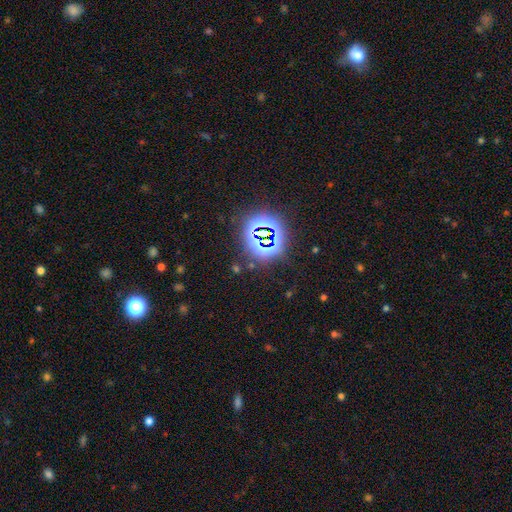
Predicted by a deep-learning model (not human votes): This is clearly a star or artifact rather than a galaxy (80%).